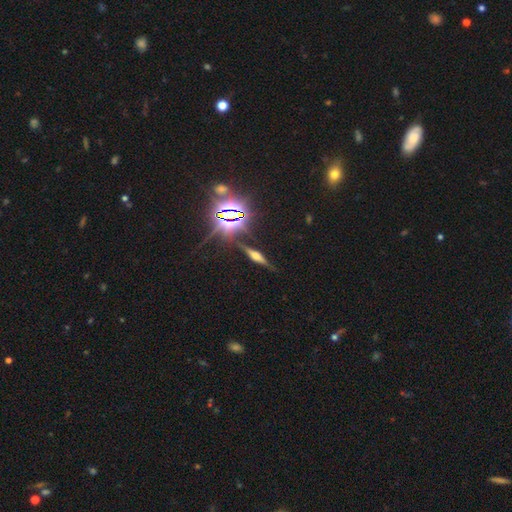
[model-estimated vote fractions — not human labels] Overall: featured or disk (53%; star or artifact 25%). Edge-on disk: yes (93%). Merging: none (82%).